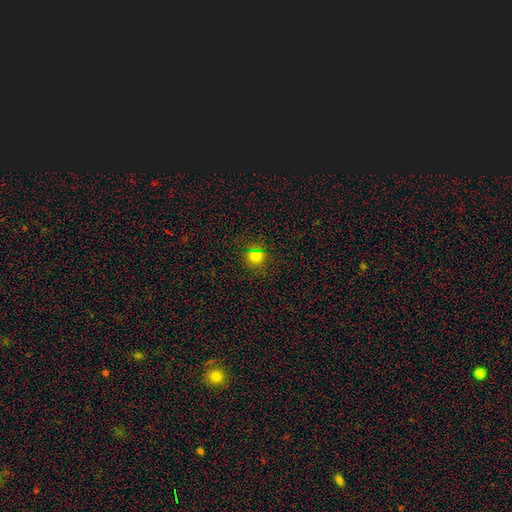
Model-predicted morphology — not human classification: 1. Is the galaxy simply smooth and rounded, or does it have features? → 72% smooth, 21% star or artifact, 7% featured or disk.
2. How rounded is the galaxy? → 89% round, 10% in between, 1% cigar-shaped.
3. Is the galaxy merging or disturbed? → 87% none, 9% minor disturbance, 3% major disturbance, 2% merger.